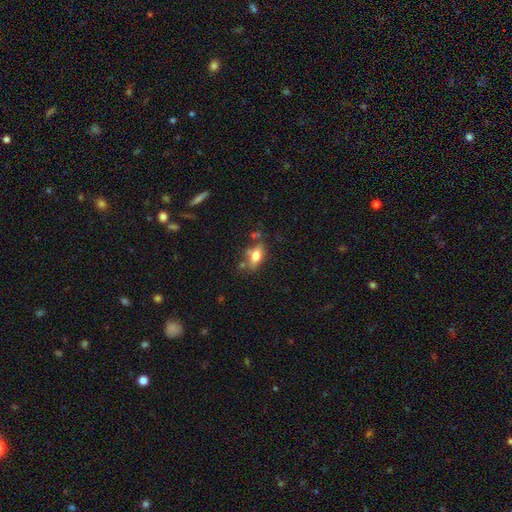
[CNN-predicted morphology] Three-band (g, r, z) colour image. It shows a smooth galaxy with no disk features (68%) that is in between round and cigar-shaped (79%). Merging: none (61%).